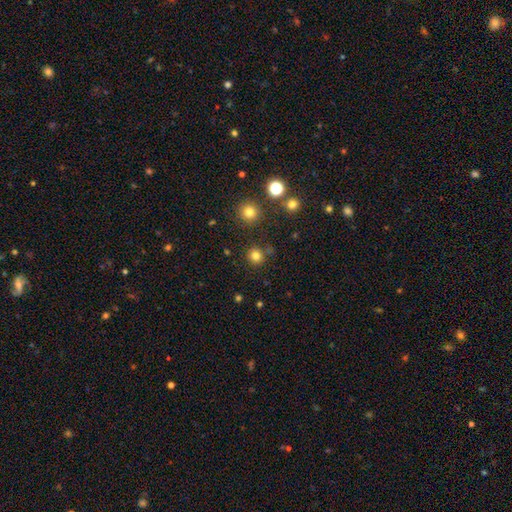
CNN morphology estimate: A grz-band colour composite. It shows a smooth galaxy with no disk features (79%) that is round (93%). Merging: none (86%).